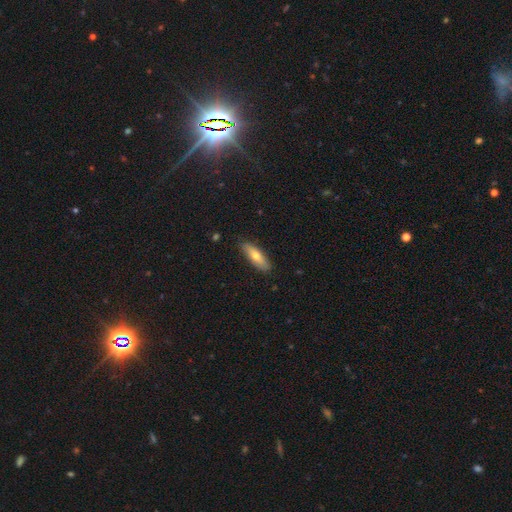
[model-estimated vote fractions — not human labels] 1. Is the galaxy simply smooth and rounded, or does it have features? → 68% smooth, 26% featured or disk, 6% star or artifact.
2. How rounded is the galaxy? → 52% cigar-shaped, 46% in between, 2% round.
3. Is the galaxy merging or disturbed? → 85% none, 12% minor disturbance, 2% major disturbance, 1% merger.